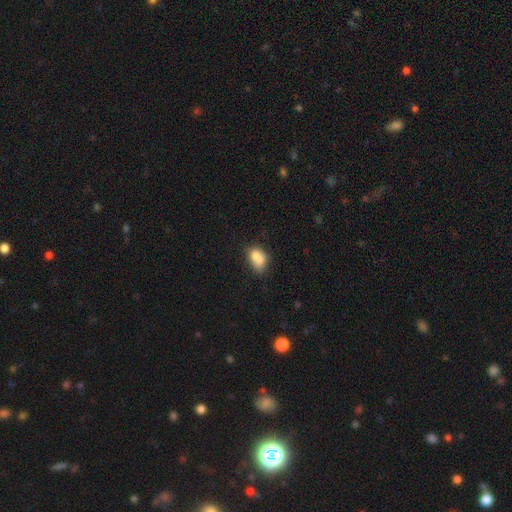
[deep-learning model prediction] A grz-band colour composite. It shows a smooth galaxy with no disk features (74%) that is in between round and cigar-shaped (71%). Merging: merger (39%).